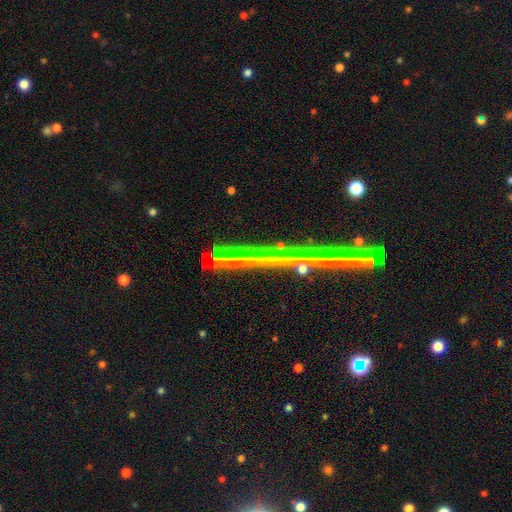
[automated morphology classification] type=featured or disk (64%); edge-on=yes (97%); edge-on bulge=none (90%); merging=none (85%).